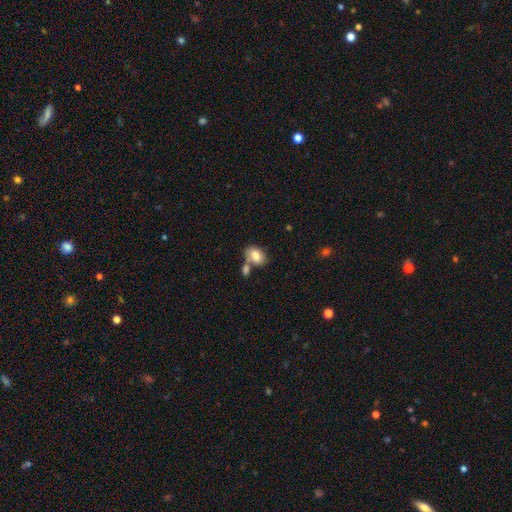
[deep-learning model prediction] smooth 79%, featured or disk 14%, star or artifact 8%. Down the decision tree: how rounded — in between (81%); merging — none (44%).